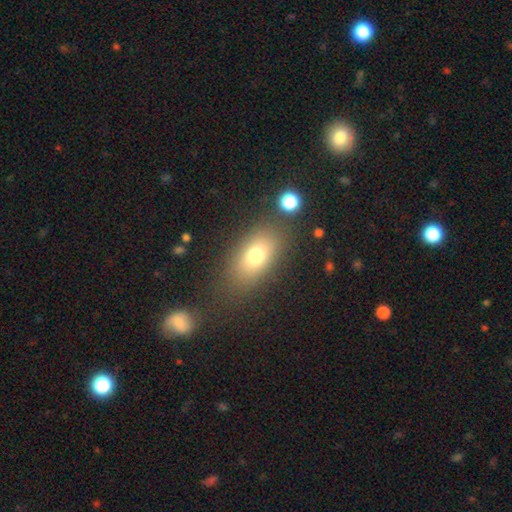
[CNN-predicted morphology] Q: Smooth or featured?
A: smooth (73%); runner-up: featured or disk (15%)
Q: How rounded?
A: in between (83%); runner-up: round (14%)
Q: Merging?
A: none (79%); runner-up: minor disturbance (12%)